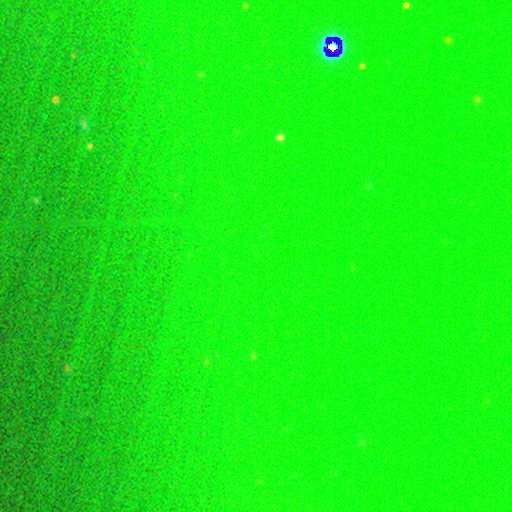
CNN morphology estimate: Smooth or featured? star or artifact (77%)